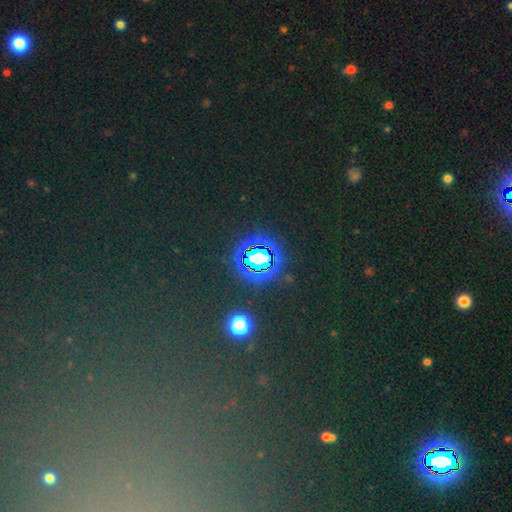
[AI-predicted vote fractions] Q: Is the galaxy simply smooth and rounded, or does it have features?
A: star or artifact — 74%.